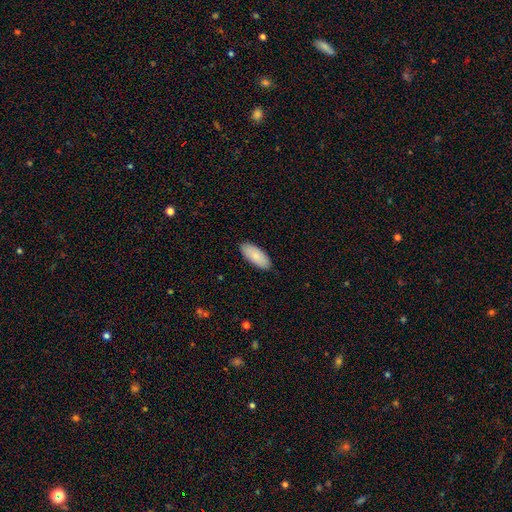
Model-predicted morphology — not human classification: type=smooth (86%); roundness=in between (86%); merging=none (88%).